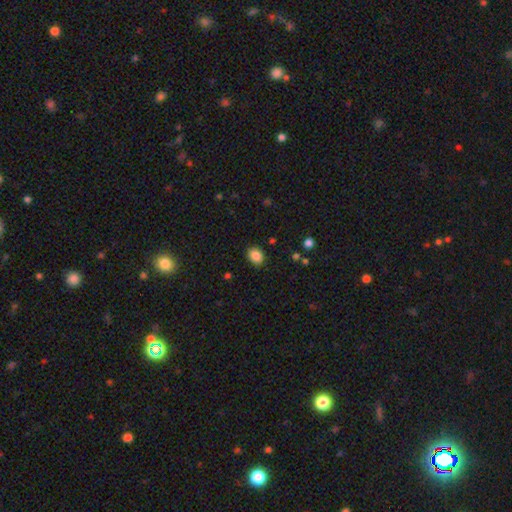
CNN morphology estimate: smooth-or-featured: smooth: 87% | star or artifact: 9% | featured or disk: 4%
  how-rounded: round: 51% | in between: 48% | cigar-shaped: 1%
  merging: none: 87% | minor disturbance: 10% | major disturbance: 2% | merger: 1%